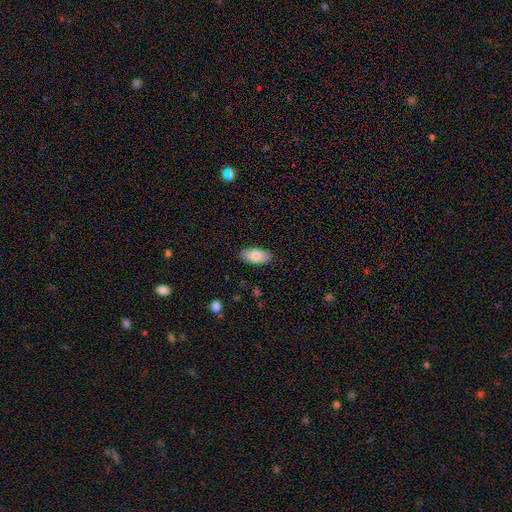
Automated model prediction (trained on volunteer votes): A smooth galaxy with no disk features (82%) that is in between round and cigar-shaped (94%).

Vote fractions:
- Smooth or featured? smooth: 82% / featured or disk: 11% / star or artifact: 6%
- How rounded? in between: 94% / cigar-shaped: 4% / round: 3%
- Merging? none: 88% / minor disturbance: 9% / major disturbance: 2% / merger: 1%